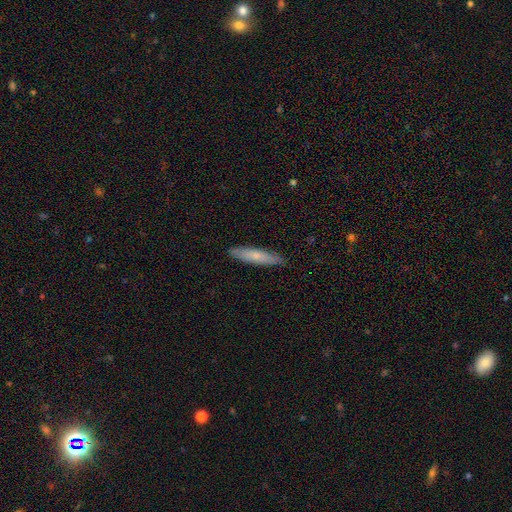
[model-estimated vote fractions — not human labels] The model was most divided on "smooth or featured": smooth: 67%, featured or disk: 28%, star or artifact: 6%. More confident: merging — none (89%); how rounded — cigar-shaped (87%).